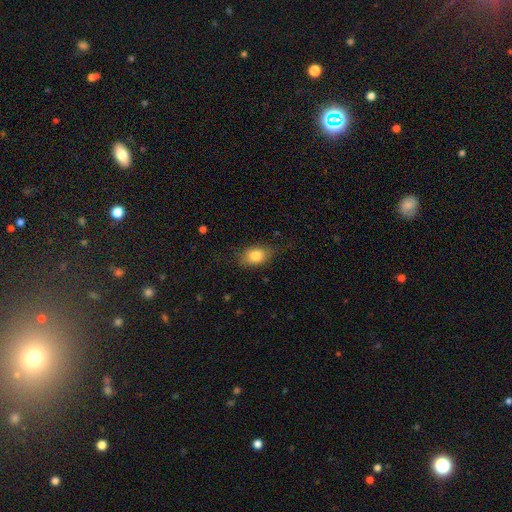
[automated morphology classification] The model was most divided on "merging": none: 74%, minor disturbance: 20%, major disturbance: 5%, merger: 1%. More confident: smooth or featured — smooth (81%); how rounded — in between (80%).